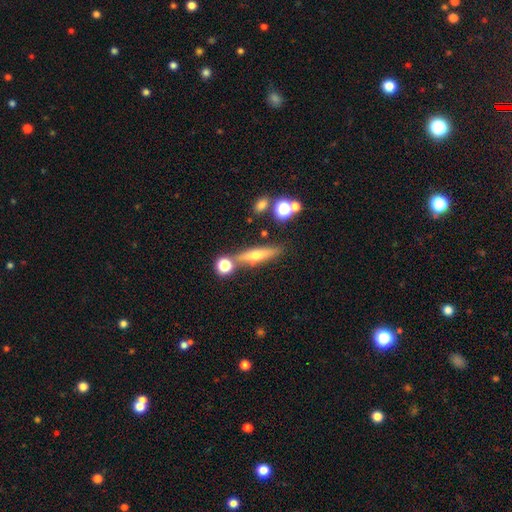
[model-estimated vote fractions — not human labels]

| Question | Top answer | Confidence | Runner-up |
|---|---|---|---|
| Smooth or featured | featured or disk | 47% | smooth (43%) |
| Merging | none | 73% | minor disturbance (12%) |